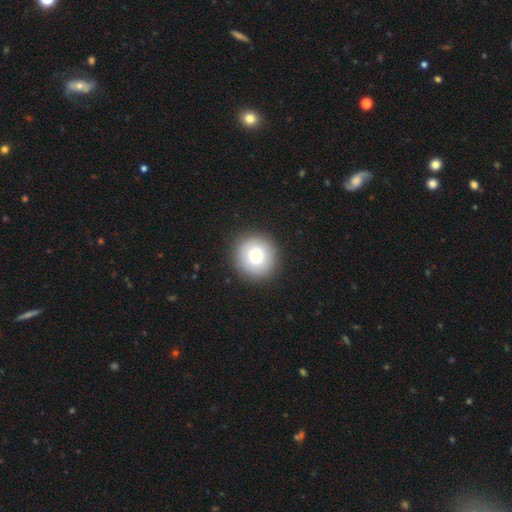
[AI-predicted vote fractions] A smooth galaxy with no disk features (79%) that is round (94%). Merging: none (91%).